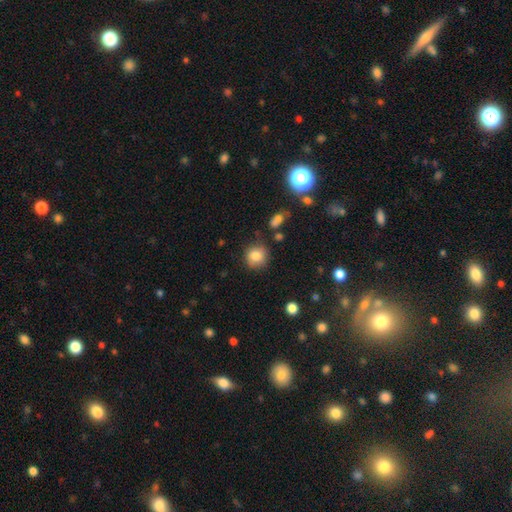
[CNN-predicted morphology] Smooth or featured? Predicted: smooth (p=0.83). How rounded? Predicted: round (p=0.88). Merging? Predicted: none (p=0.82).